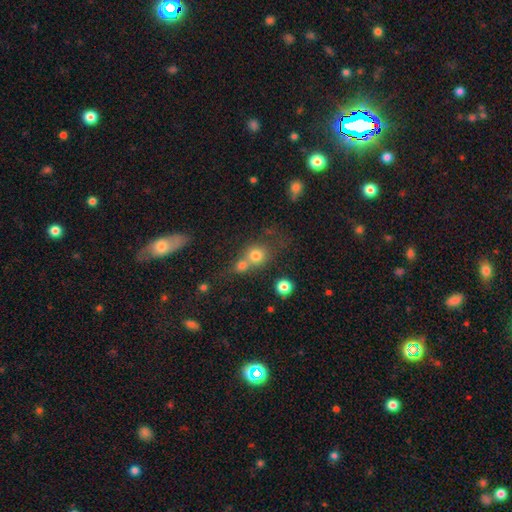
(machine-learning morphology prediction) smooth 75%, star or artifact 14%, featured or disk 11%. Down the decision tree: how rounded — round (80%); merging — merger (49%).